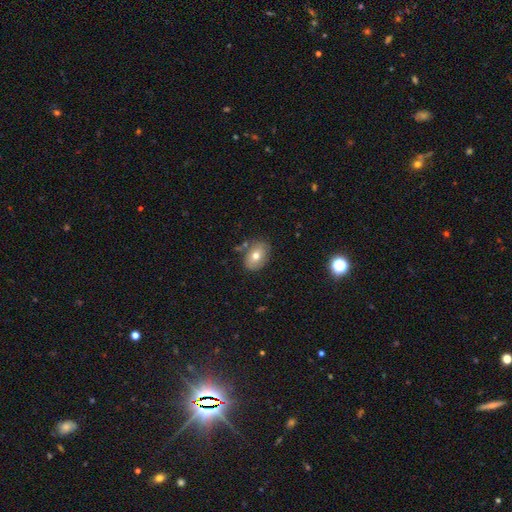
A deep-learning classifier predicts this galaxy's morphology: smooth 69%, featured or disk 22%, star or artifact 10%. Down the decision tree: how rounded — in between (76%); merging — none (76%).